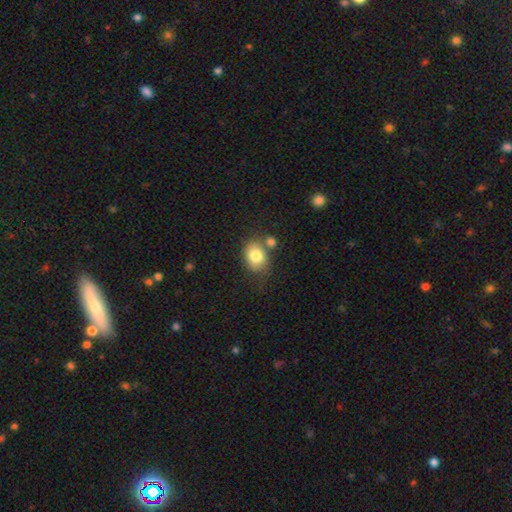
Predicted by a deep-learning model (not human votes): Smooth or featured?
  - smooth: 81% *
  - featured or disk: 11%
  - star or artifact: 8%
How rounded?
  - in between: 60% *
  - round: 39%
  - cigar-shaped: 1%
Merging?
  - none: 57% *
  - merger: 20%
  - minor disturbance: 17%
  - major disturbance: 6%